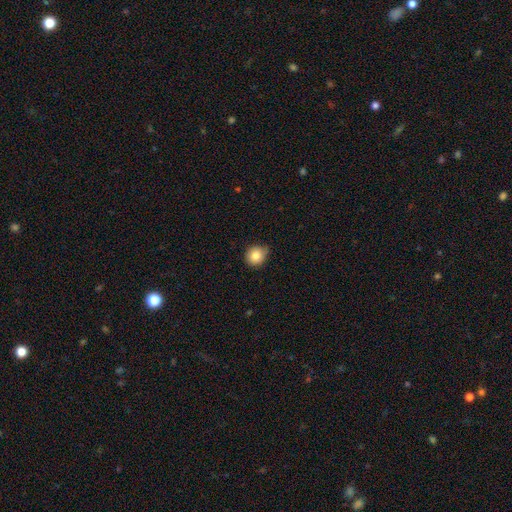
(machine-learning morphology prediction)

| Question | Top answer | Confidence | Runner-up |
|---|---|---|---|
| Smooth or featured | smooth | 84% | star or artifact (9%) |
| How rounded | round | 85% | in between (14%) |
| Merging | none | 75% | minor disturbance (21%) |